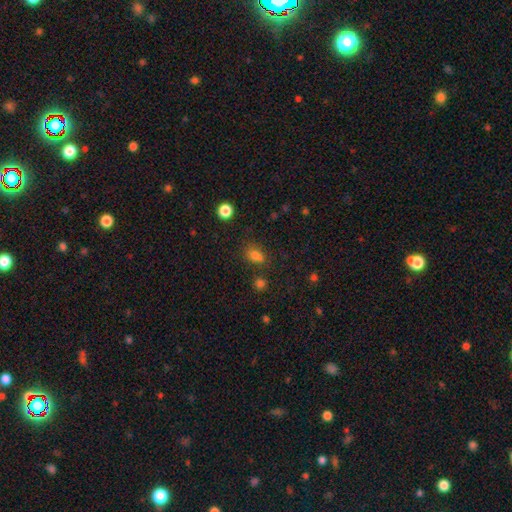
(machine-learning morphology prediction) A smooth galaxy with no disk features (75%) that is in between round and cigar-shaped (64%).

Vote fractions:
- Smooth or featured? smooth: 75% / star or artifact: 18% / featured or disk: 7%
- How rounded? in between: 64% / round: 33% / cigar-shaped: 2%
- Merging? none: 58% / merger: 18% / minor disturbance: 17% / major disturbance: 7%